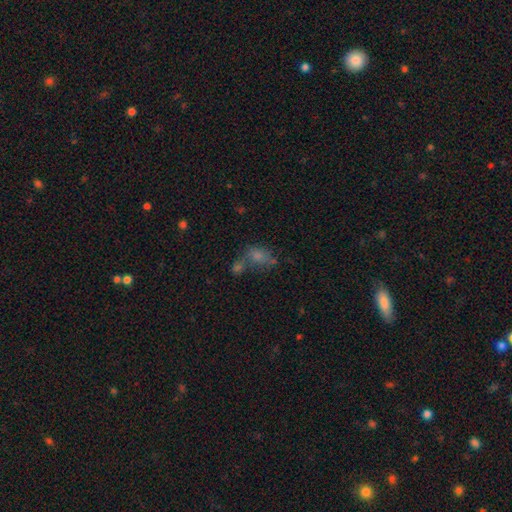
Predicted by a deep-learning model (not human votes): Smooth or featured? Predicted: smooth (p=0.57). How rounded? Predicted: in between (p=0.72). Merging? Predicted: merger (p=0.40).